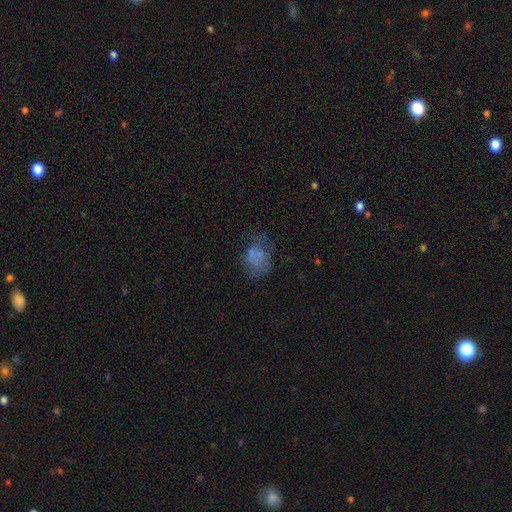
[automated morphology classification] The model was most divided on "merging": none: 37%, major disturbance: 27%, minor disturbance: 23%, merger: 13%. More confident: how rounded — in between (63%); smooth or featured — smooth (50%).